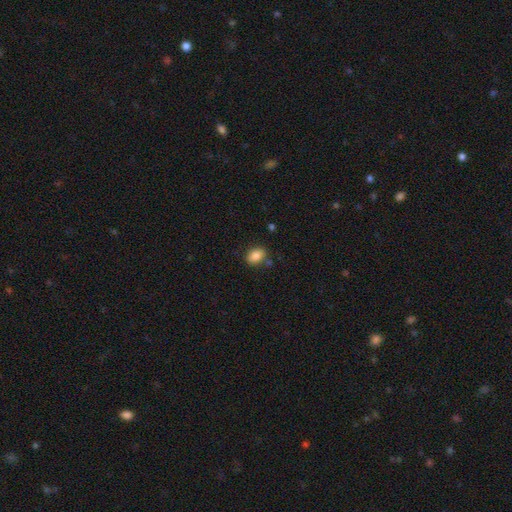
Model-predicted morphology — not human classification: The model was most divided on "how rounded": in between: 75%, round: 24%, cigar-shaped: 1%. More confident: smooth or featured — smooth (85%); merging — none (80%).